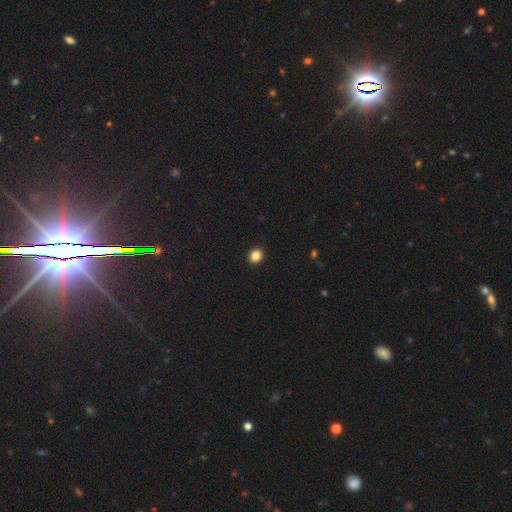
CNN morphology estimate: smooth-or-featured: smooth: 86% | star or artifact: 10% | featured or disk: 3%
  how-rounded: round: 69% | in between: 30% | cigar-shaped: 1%
  merging: none: 93% | minor disturbance: 5% | major disturbance: 2% | merger: 1%